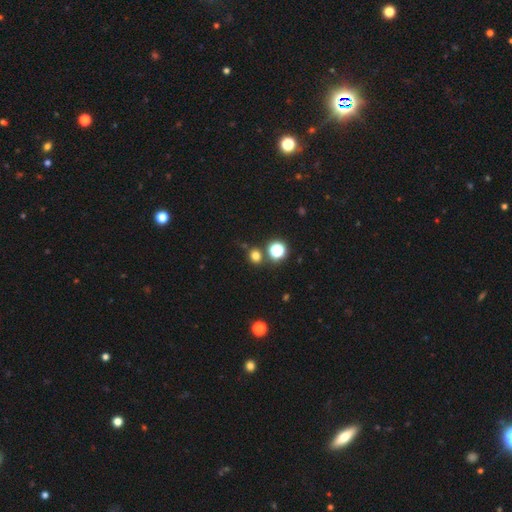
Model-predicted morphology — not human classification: Q: Smooth or featured?
A: smooth (73%); runner-up: star or artifact (22%)
Q: How rounded?
A: round (80%); runner-up: in between (19%)
Q: Merging?
A: none (78%); runner-up: merger (10%)